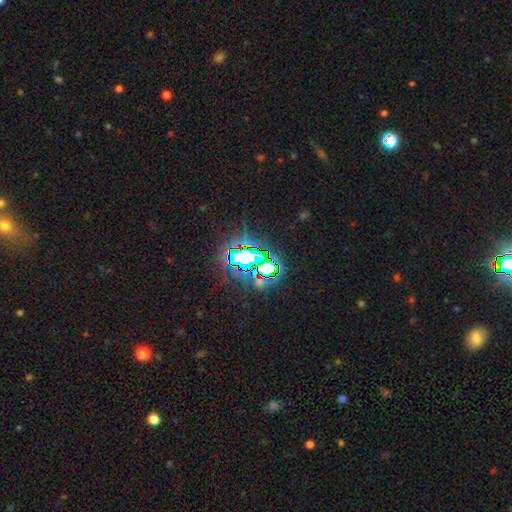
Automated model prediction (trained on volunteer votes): This appears to be a star or artifact, not a galaxy (78%).